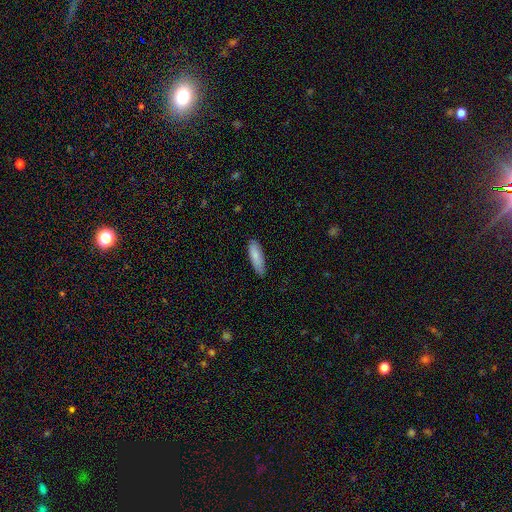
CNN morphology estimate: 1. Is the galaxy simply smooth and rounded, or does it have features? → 84% smooth, 11% featured or disk, 6% star or artifact.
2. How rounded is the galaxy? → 49% cigar-shaped (tied), 49% in between (tied), 1% round.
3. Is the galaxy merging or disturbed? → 83% none, 14% minor disturbance, 2% major disturbance, 1% merger.